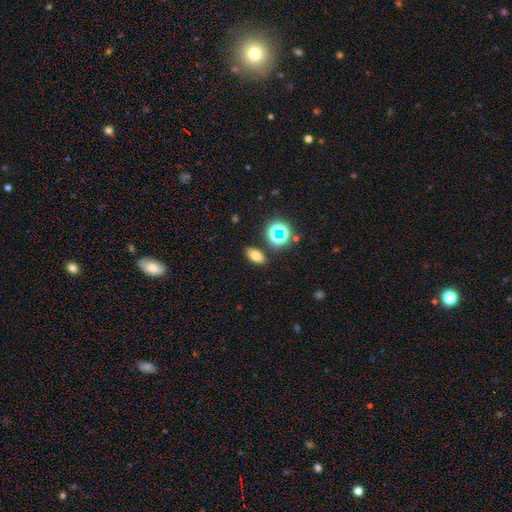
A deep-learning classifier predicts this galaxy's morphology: A smooth galaxy with no disk features (70%) that is in between round and cigar-shaped (81%). Merging: none (85%).